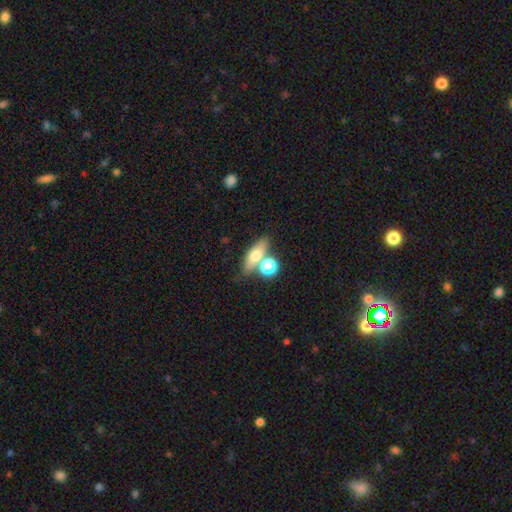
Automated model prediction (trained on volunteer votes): Morphology: type=smooth (62%); roundness=in between (54%); merging=none (57%).